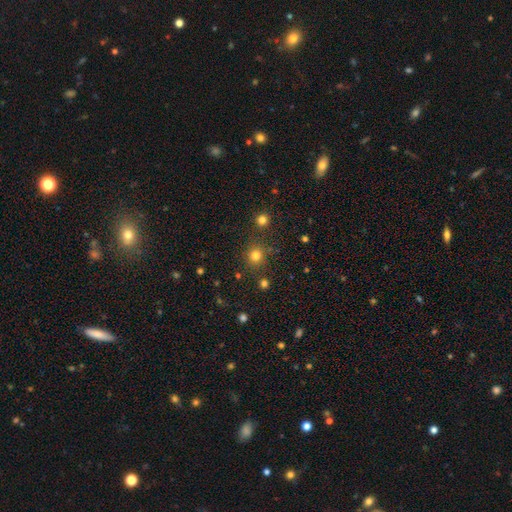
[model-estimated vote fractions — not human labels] smooth-or-featured: smooth: 78% | star or artifact: 17% | featured or disk: 5%
  how-rounded: round: 90% | in between: 9% | cigar-shaped: 1%
  merging: none: 83% | minor disturbance: 8% | merger: 6% | major disturbance: 3%